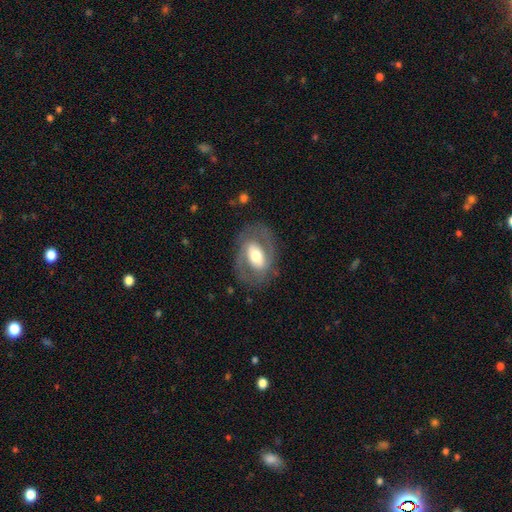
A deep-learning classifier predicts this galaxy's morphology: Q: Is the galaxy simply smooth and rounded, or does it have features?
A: featured or disk — 62%.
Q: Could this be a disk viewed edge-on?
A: no — 93%.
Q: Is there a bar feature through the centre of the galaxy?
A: no — 34%, tied with weak.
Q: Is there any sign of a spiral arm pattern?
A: yes — 53%.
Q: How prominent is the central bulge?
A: moderate — 57%.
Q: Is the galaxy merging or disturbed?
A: none — 75%.